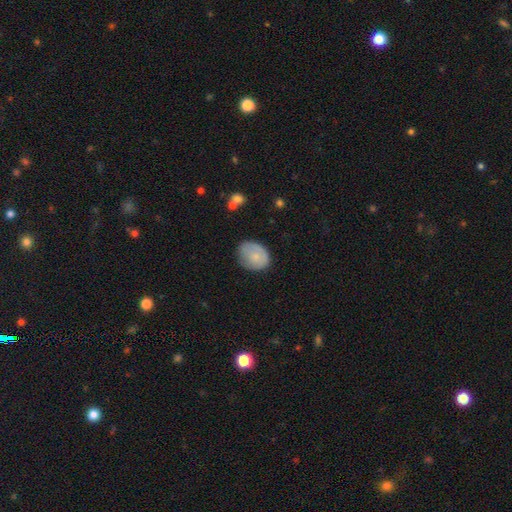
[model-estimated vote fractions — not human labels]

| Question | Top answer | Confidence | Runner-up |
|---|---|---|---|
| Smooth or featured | smooth | 75% | featured or disk (19%) |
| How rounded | in between | 55% | round (44%) |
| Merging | none | 67% | minor disturbance (25%) |